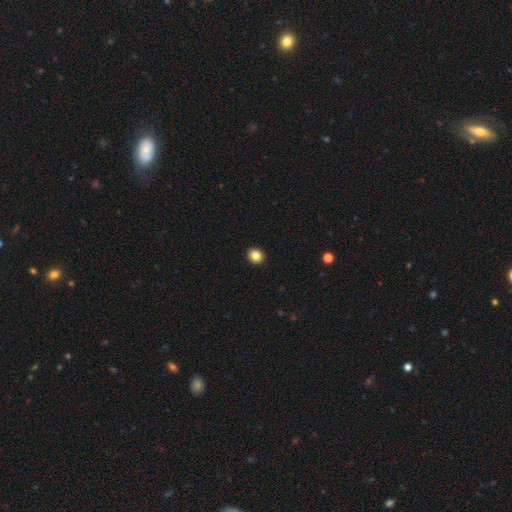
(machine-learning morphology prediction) A smooth galaxy with no disk features (84%) that is round (85%).

Vote fractions:
- Smooth or featured? smooth: 84% / star or artifact: 10% / featured or disk: 5%
- How rounded? round: 85% / in between: 14% / cigar-shaped: 1%
- Merging? none: 94% / minor disturbance: 4% / major disturbance: 1% / merger: 1%